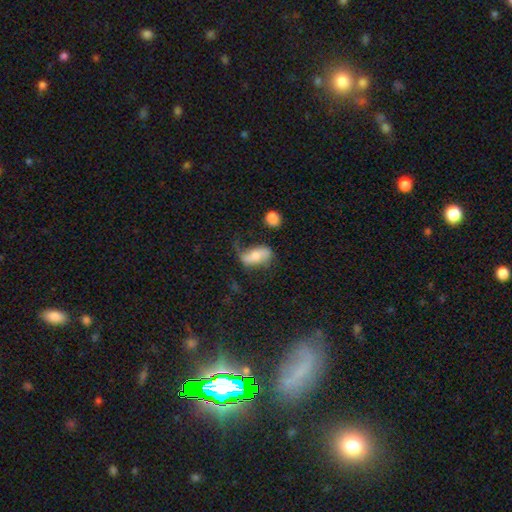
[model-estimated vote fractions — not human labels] Smooth or featured?
  - featured or disk: 47% *
  - smooth: 45%
  - star or artifact: 8%
Merging?
  - none: 43% *
  - major disturbance: 27%
  - minor disturbance: 26%
  - merger: 5%